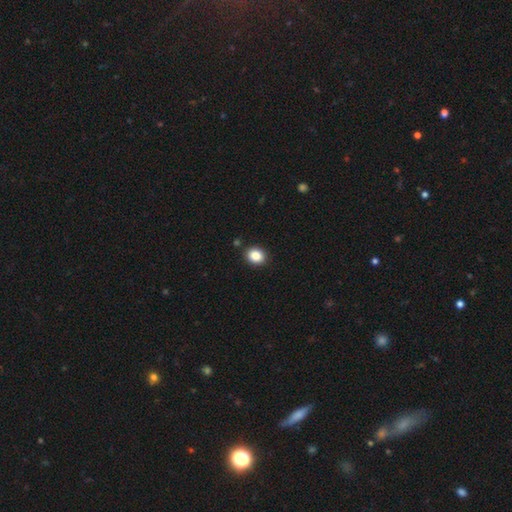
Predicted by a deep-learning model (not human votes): This appears to be a smooth galaxy with no disk features (87%) that is round (52%). Merging: none (89%).